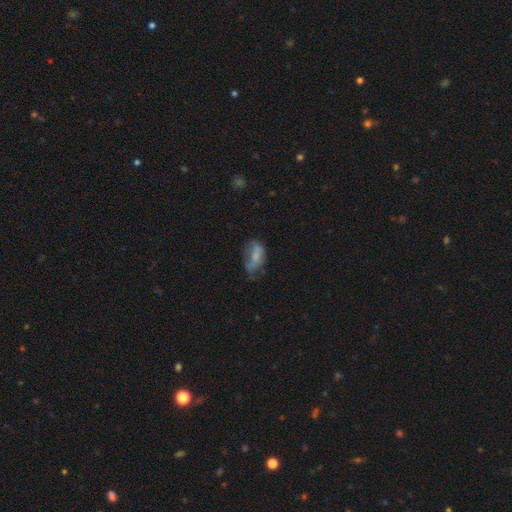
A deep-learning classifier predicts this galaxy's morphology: A smooth galaxy with no disk features (64%) that is in between round and cigar-shaped (89%).

Vote fractions:
- Smooth or featured? smooth: 64% / featured or disk: 27% / star or artifact: 10%
- How rounded? in between: 89% / round: 7% / cigar-shaped: 4%
- Merging? none: 38% / minor disturbance: 34% / major disturbance: 26% / merger: 3%